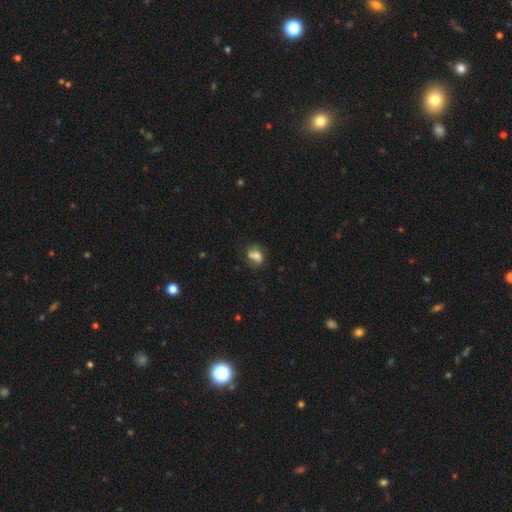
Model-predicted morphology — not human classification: Smooth or featured?
  - smooth: 65% *
  - featured or disk: 23%
  - star or artifact: 11%
How rounded?
  - in between: 61% *
  - round: 36%
  - cigar-shaped: 3%
Merging?
  - none: 48% *
  - merger: 23%
  - minor disturbance: 21%
  - major disturbance: 9%